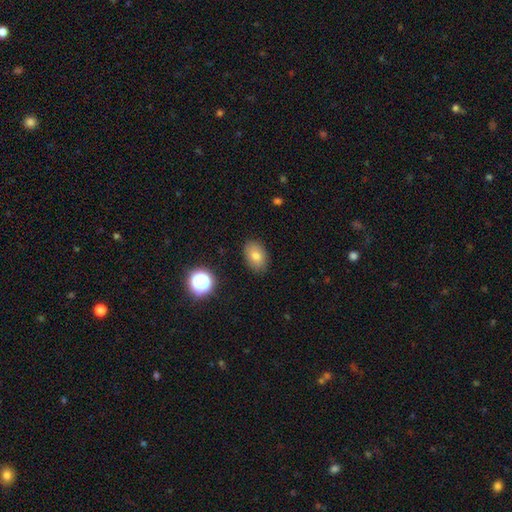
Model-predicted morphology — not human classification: The model was most divided on "smooth or featured": smooth: 78%, featured or disk: 11%, star or artifact: 11%. More confident: merging — none (86%); how rounded — in between (83%).